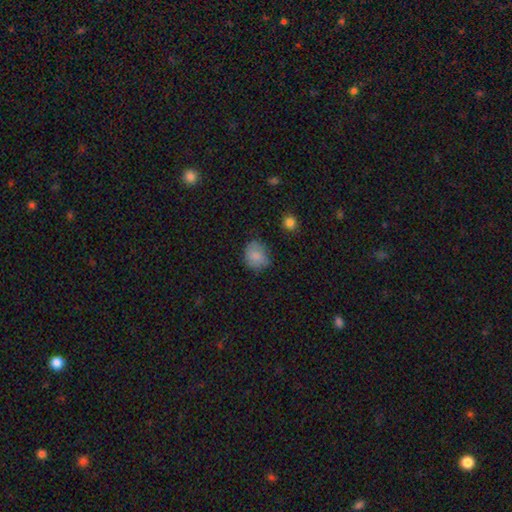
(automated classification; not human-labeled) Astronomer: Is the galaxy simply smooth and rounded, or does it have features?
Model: smooth — 82%.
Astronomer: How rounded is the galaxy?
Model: round — 64%.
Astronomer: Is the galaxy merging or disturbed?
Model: none — 65%.